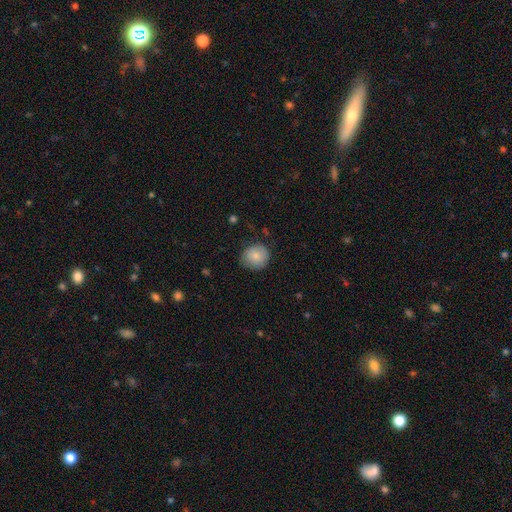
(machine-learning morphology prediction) Smooth or featured: smooth — 81% (featured or disk — 11%)
How rounded: round — 85% (in between — 14%)
Merging: none — 73% (minor disturbance — 22%)